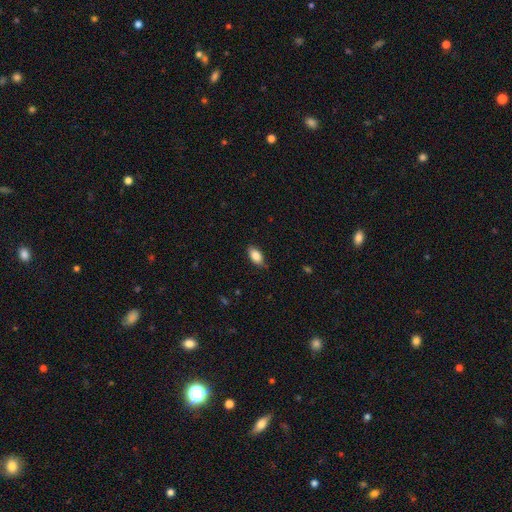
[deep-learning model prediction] Smooth or featured? smooth (86%)
How rounded? in between (91%)
Merging? none (79%)